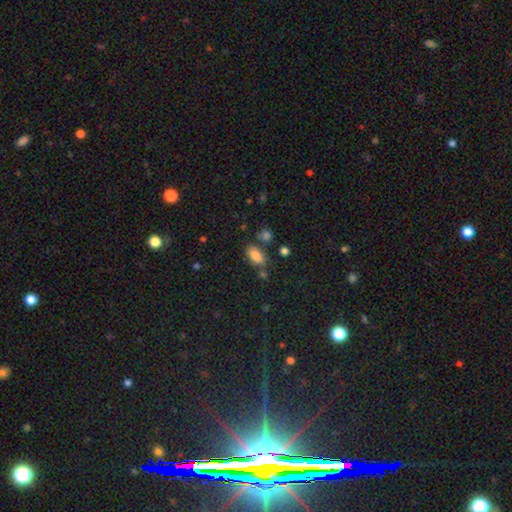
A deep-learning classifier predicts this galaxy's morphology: Smooth or featured? Predicted: smooth (p=0.83). How rounded? Predicted: in between (p=0.89). Merging? Predicted: none (p=0.71).